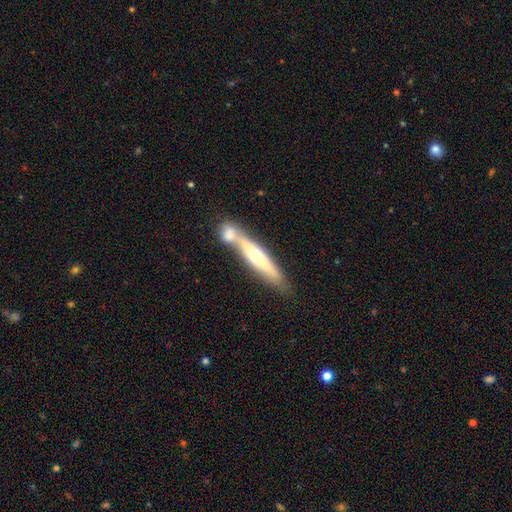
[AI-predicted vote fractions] This appears to be a featured or disk galaxy (54%) viewed edge-on (82%). Merging: none (43%).